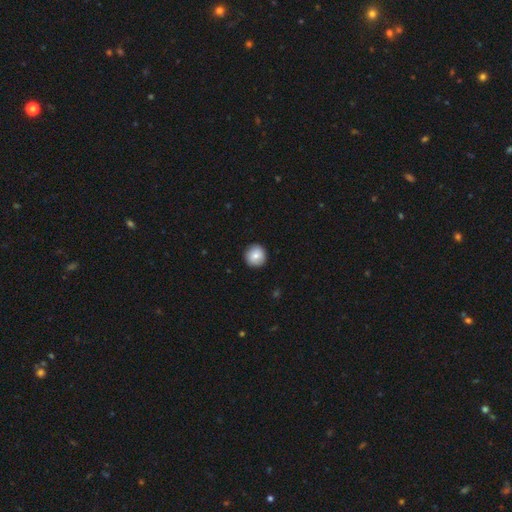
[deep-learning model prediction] smooth-or-featured: smooth: 80% | featured or disk: 13% | star or artifact: 8%
  how-rounded: round: 95% | in between: 4% | cigar-shaped: 1%
  merging: none: 91% | minor disturbance: 6% | major disturbance: 2% | merger: 1%